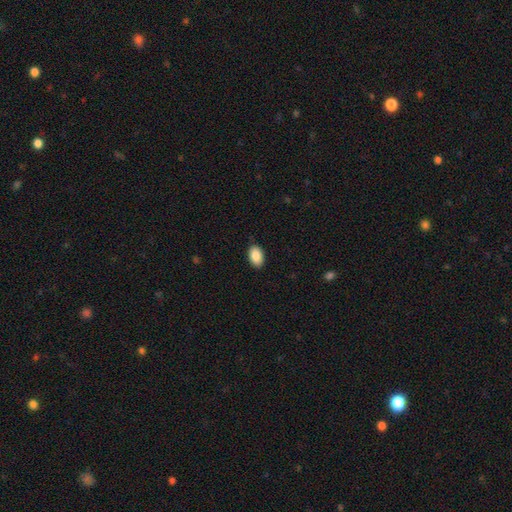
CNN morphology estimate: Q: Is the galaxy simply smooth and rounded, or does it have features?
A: smooth — 88%.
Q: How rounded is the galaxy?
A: in between — 91%.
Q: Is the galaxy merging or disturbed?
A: none — 89%.